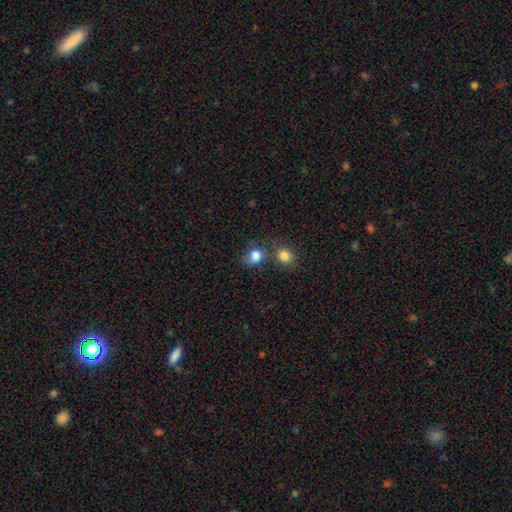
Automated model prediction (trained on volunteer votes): Overall: smooth (82%). How rounded: round (62%; in between 37%). Merging: none (47%; merger 28%).